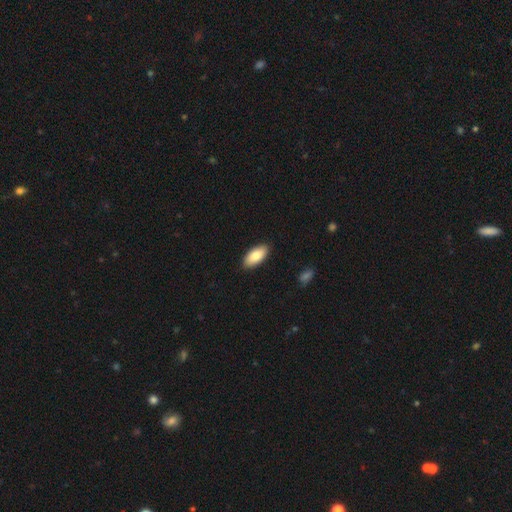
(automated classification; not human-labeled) Morphology: type=smooth (83%); roundness=in between (91%); merging=none (89%).